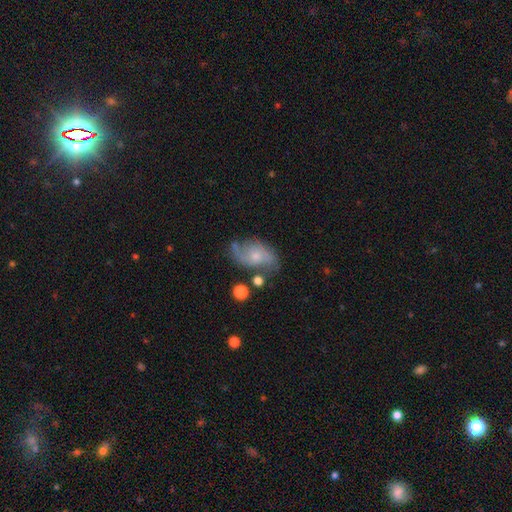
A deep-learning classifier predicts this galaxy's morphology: A featured or disk galaxy (70%) with no bar (69%), 2 (81%) medium (42%) spiral arms (89%) and a small central bulge (54%).

Vote fractions:
- Smooth or featured? featured or disk: 70% / smooth: 22% / star or artifact: 8%
- Edge-on disk? no: 96% / yes: 4%
- Bar? no: 69% / weak: 27% / strong: 4%
- Spiral arms? yes: 89% / no: 11%
- Spiral winding? medium: 42% / loose: 41% / tight: 17%
- Spiral arm count? 2: 81% / can't tell: 9% / 1: 4% / 3: 2% / 4: 1% / more than 4: 1%
- Bulge size? small: 54% / moderate: 34% / none: 7% / large: 3% / dominant: 1%
- Merging? none: 62% / minor disturbance: 23% / major disturbance: 11% / merger: 5%